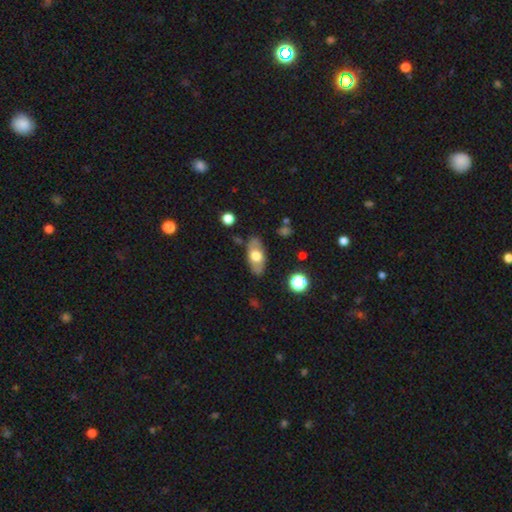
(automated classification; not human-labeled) This is possibly a smooth galaxy (57%). How rounded: clearly in between (87%). Merging: clearly none (81%).